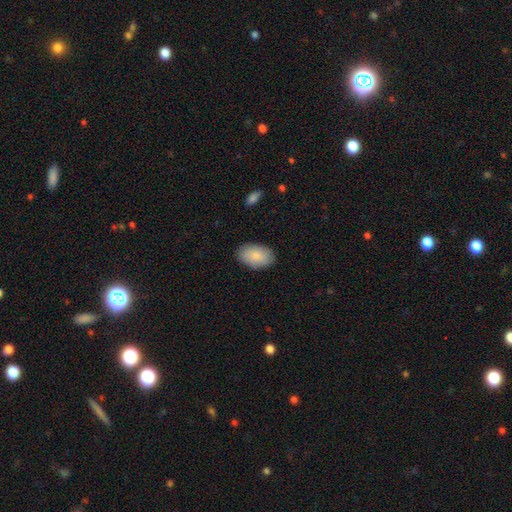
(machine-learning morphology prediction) smooth_or_featured: smooth (p=0.87) [alt: featured or disk p=0.07]
how_rounded: in between (p=0.93) [alt: round p=0.06]
merging: none (p=0.86) [alt: minor disturbance p=0.10]